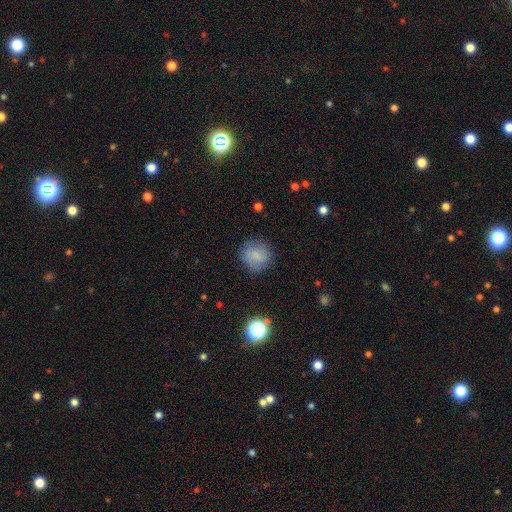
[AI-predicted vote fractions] smooth-or-featured: smooth: 72% | featured or disk: 18% | star or artifact: 10%
  how-rounded: round: 86% | in between: 13% | cigar-shaped: 1%
  merging: none: 79% | minor disturbance: 15% | major disturbance: 5% | merger: 1%